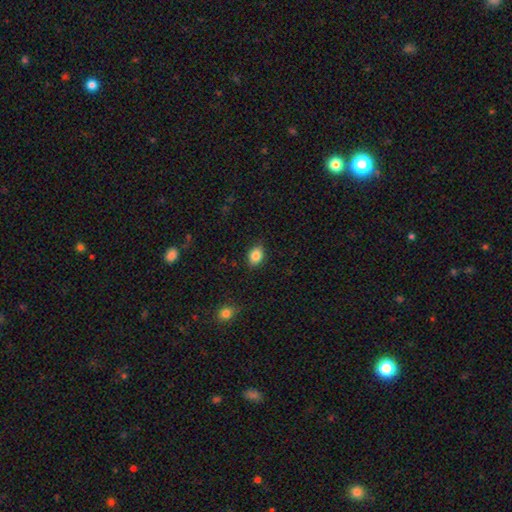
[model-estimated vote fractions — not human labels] Smooth or featured?
  - smooth: 85% *
  - star or artifact: 9%
  - featured or disk: 6%
How rounded?
  - in between: 72% *
  - round: 27%
  - cigar-shaped: 1%
Merging?
  - none: 86% *
  - minor disturbance: 11%
  - major disturbance: 2%
  - merger: 1%